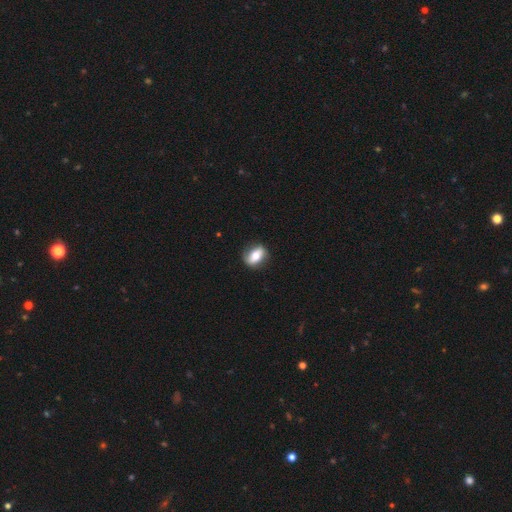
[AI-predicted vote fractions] This is possibly a smooth galaxy (60%). How rounded: likely in between (74%). Merging: clearly none (81%).